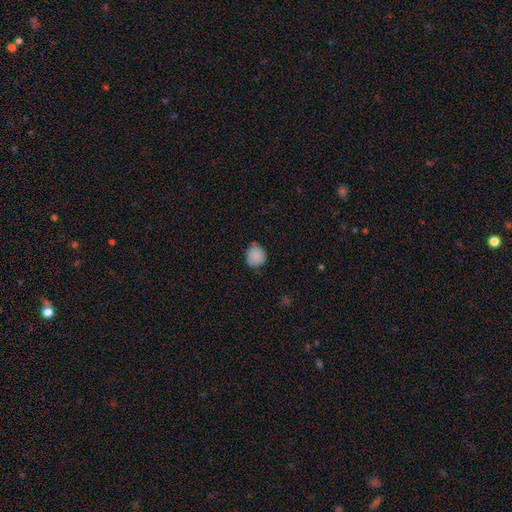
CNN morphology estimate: Smooth or featured? Predicted: smooth (p=0.86). How rounded? Predicted: round (p=0.85). Merging? Predicted: none (p=0.73).